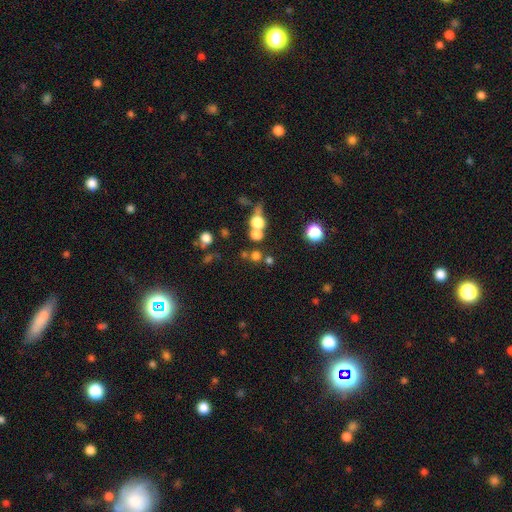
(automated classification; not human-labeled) Smooth or featured: smooth — 65% (star or artifact — 26%)
How rounded: round — 89% (in between — 9%)
Merging: none — 63% (merger — 24%)